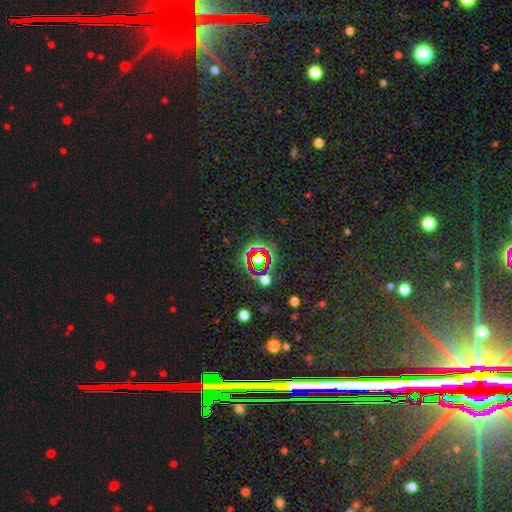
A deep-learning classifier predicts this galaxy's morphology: Smooth or featured? star or artifact (70%)